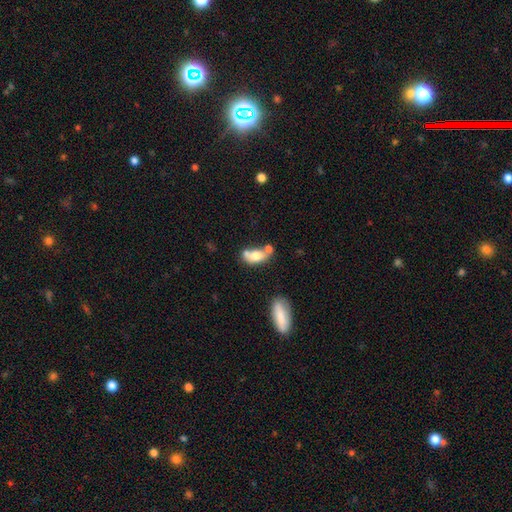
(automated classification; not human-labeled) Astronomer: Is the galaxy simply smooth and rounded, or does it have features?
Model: smooth — 68%.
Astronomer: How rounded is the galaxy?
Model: in between — 84%.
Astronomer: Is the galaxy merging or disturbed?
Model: merger — 42% (runner-up: none, 34%).